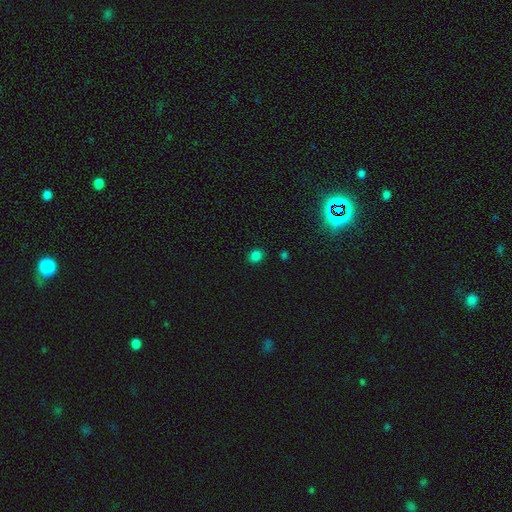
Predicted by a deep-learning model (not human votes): Morphology: type=smooth (80%); roundness=round (54%); merging=none (86%).